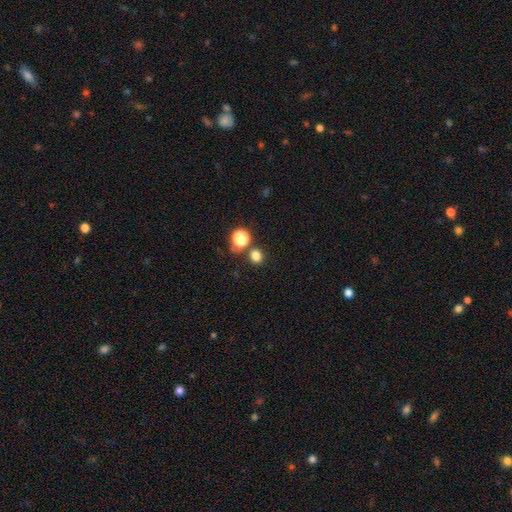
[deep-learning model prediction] Q: Smooth or featured?
A: smooth (78%); runner-up: star or artifact (17%)
Q: How rounded?
A: round (78%); runner-up: in between (21%)
Q: Merging?
A: none (77%); runner-up: merger (11%)